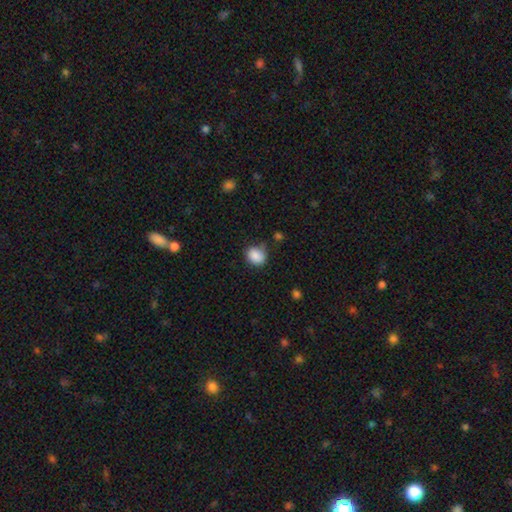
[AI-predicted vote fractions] smooth 87%, star or artifact 9%, featured or disk 5%. Down the decision tree: how rounded — round (66%); merging — none (67%).